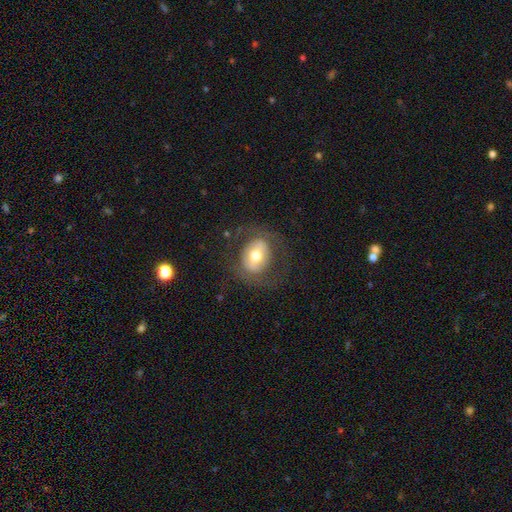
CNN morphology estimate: smooth-or-featured: smooth: 50% | featured or disk: 42% | star or artifact: 8%
  how-rounded: round: 54% | in between: 45% | cigar-shaped: 1%
  merging: none: 72% | minor disturbance: 14% | major disturbance: 12% | merger: 1%